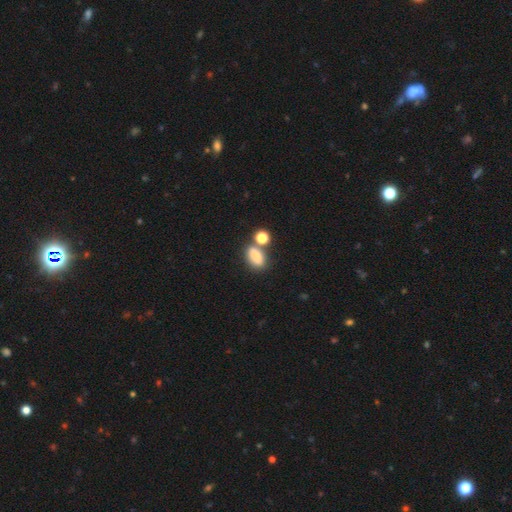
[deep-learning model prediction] smooth 81%, star or artifact 10%, featured or disk 8%. Down the decision tree: how rounded — in between (81%); merging — none (51%).